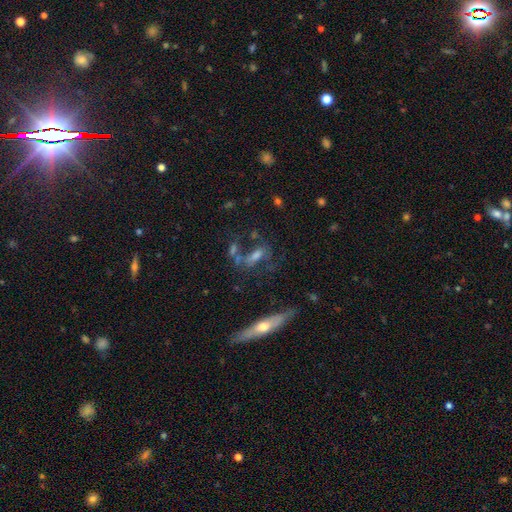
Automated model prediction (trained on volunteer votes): Overall: featured or disk (51%; smooth 31%). Edge-on disk: no (55%; yes 45%). Merging: none (55%; minor disturbance 18%).